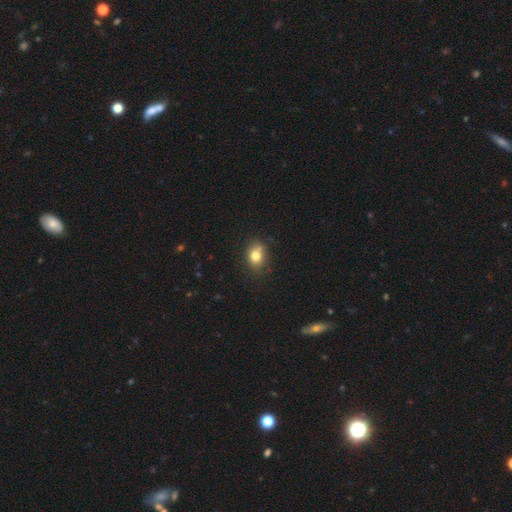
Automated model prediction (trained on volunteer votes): This is likely a smooth galaxy (78%). How rounded: possibly in between (54%). Merging: likely none (67%).